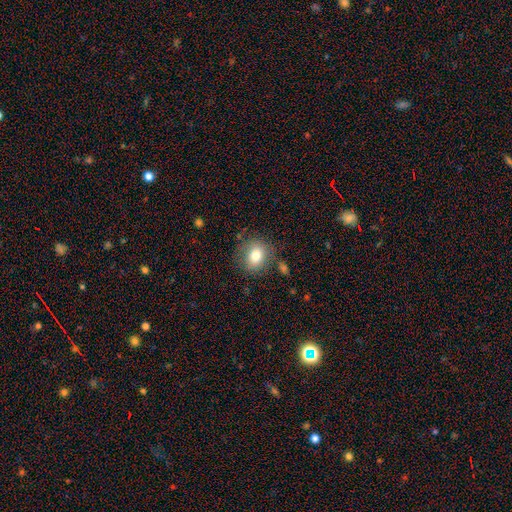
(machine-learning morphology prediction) Smooth or featured? Predicted: smooth (p=0.78). How rounded? Predicted: round (p=0.71). Merging? Predicted: none (p=0.78).